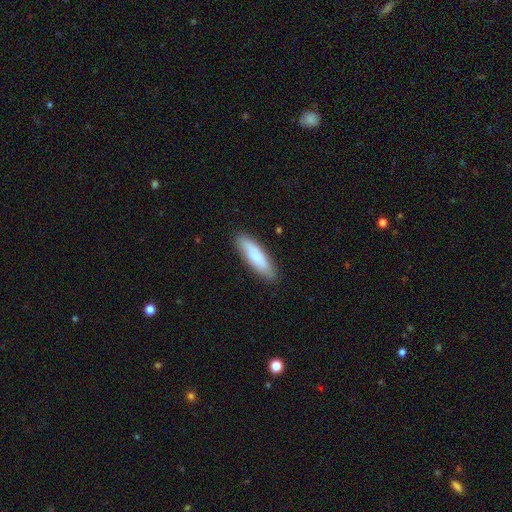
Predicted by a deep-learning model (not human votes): Q: Smooth or featured?
A: smooth (79%); runner-up: featured or disk (15%)
Q: How rounded?
A: cigar-shaped (65%); runner-up: in between (34%)
Q: Merging?
A: none (85%); runner-up: minor disturbance (12%)